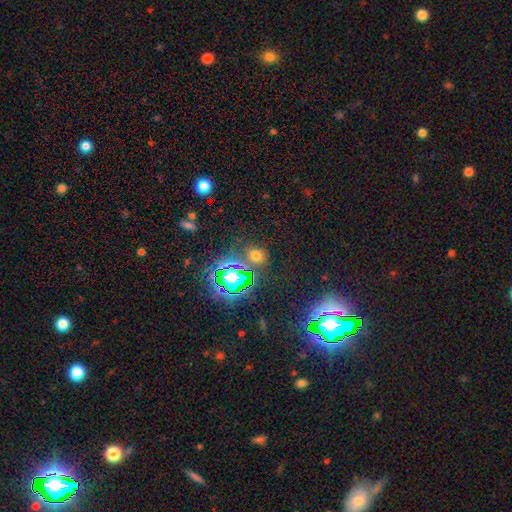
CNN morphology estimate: This appears to be a smooth galaxy with no disk features (49%). Merging: none (80%).